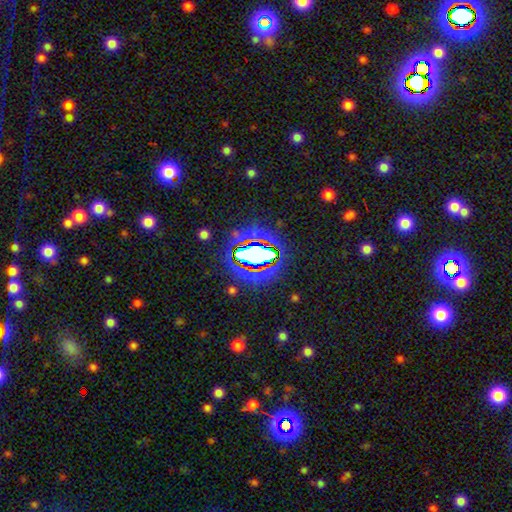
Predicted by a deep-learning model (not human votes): The model was most divided on "smooth or featured": star or artifact: 79%, smooth: 12%, featured or disk: 9%.